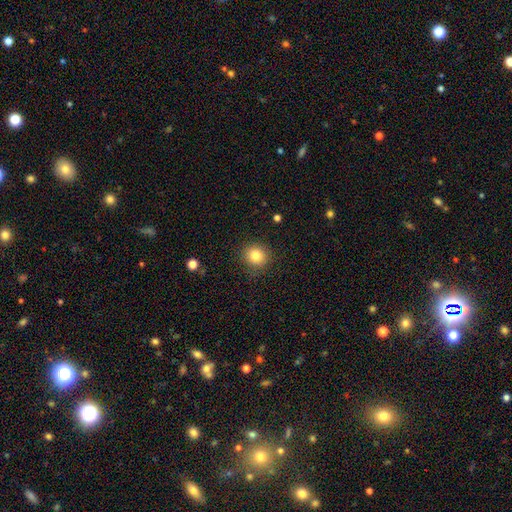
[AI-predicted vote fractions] Q: Smooth or featured?
A: smooth (82%); runner-up: star or artifact (11%)
Q: How rounded?
A: round (87%); runner-up: in between (12%)
Q: Merging?
A: none (88%); runner-up: minor disturbance (8%)